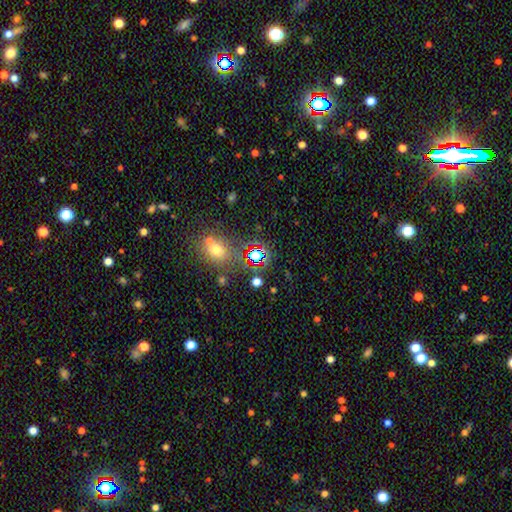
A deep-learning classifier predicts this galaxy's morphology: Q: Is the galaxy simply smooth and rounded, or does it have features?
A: star or artifact — 53%.